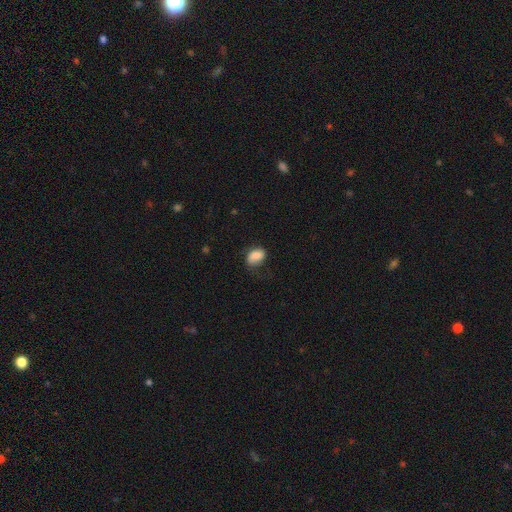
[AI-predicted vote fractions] The model was most divided on "merging": none: 47%, minor disturbance: 33%, major disturbance: 18%, merger: 2%. More confident: smooth or featured — smooth (79%); how rounded — in between (77%).